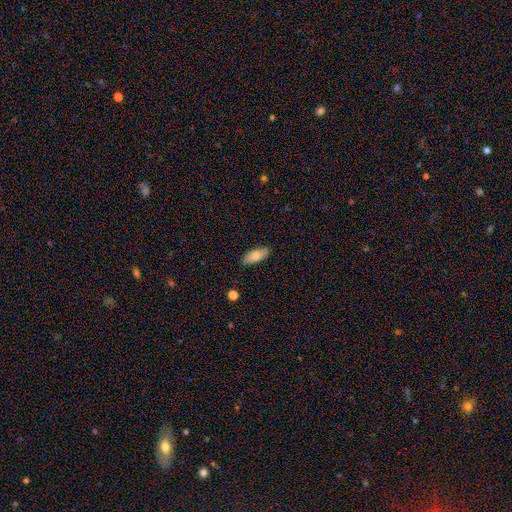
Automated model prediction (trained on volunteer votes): A smooth galaxy with no disk features (79%) that is in between round and cigar-shaped (83%). Merging: none (86%).